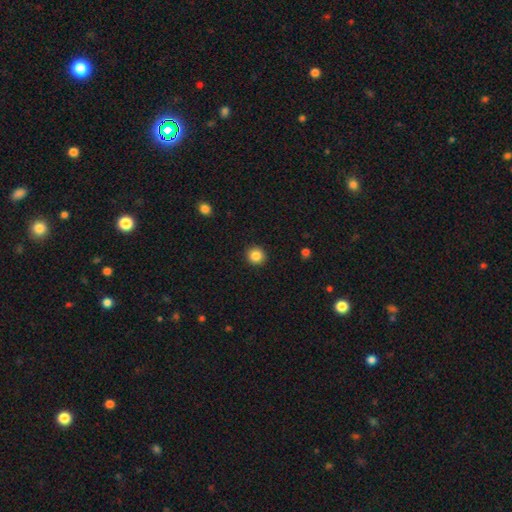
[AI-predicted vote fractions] Morphology: type=smooth (86%); roundness=round (93%); merging=none (92%).